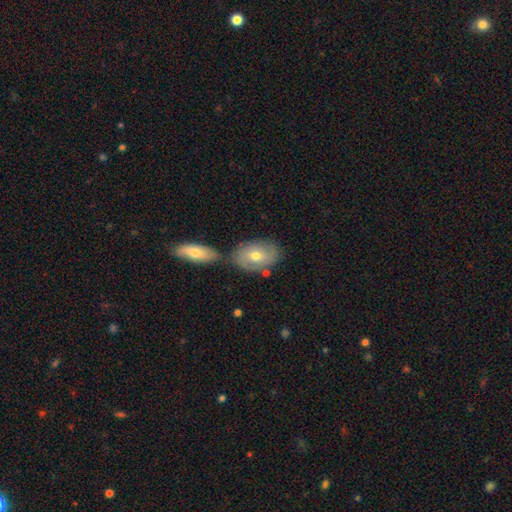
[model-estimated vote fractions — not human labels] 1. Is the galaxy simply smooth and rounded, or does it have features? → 58% smooth, 36% featured or disk, 6% star or artifact.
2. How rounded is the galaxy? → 86% in between, 12% round, 2% cigar-shaped.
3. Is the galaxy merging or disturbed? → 56% none, 26% merger, 14% minor disturbance, 4% major disturbance.